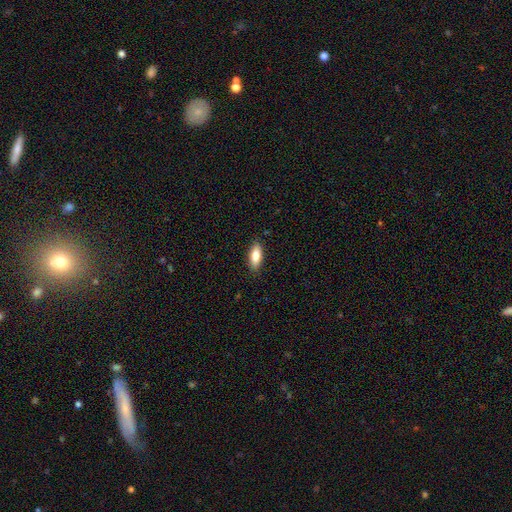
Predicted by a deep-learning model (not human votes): Smooth or featured? smooth (82%)
How rounded? in between (80%)
Merging? none (87%)